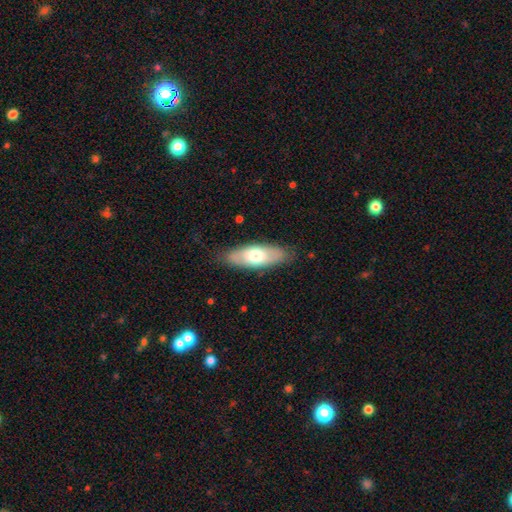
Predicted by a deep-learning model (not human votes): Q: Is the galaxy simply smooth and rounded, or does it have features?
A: smooth — 63%.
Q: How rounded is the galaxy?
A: in between — 73%.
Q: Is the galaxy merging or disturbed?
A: none — 83%.